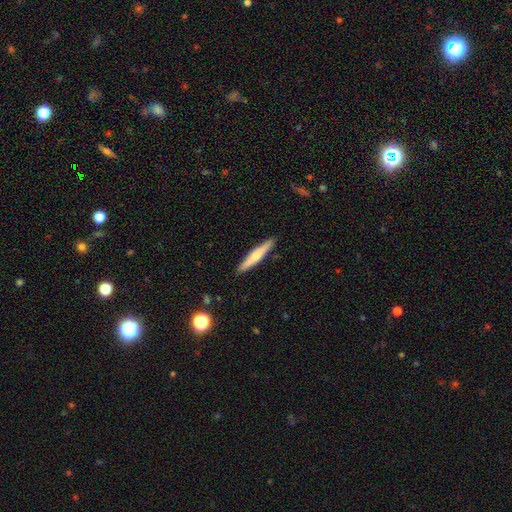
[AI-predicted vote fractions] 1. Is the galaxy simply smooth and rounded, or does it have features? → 50% smooth, 44% featured or disk, 6% star or artifact.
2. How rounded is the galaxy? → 91% cigar-shaped, 7% in between, 1% round.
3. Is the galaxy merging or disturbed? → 90% none, 7% minor disturbance, 1% major disturbance, 1% merger.